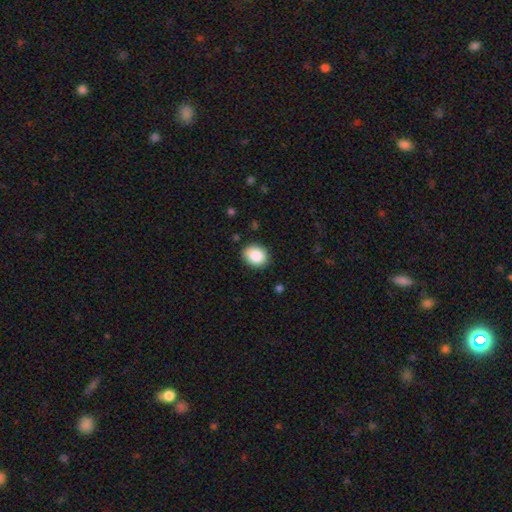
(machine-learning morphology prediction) A smooth galaxy with no disk features (88%) that is in between round and cigar-shaped (52%).

Vote fractions:
- Smooth or featured? smooth: 88% / star or artifact: 8% / featured or disk: 4%
- How rounded? in between: 52% / round: 47% / cigar-shaped: 1%
- Merging? none: 87% / minor disturbance: 9% / major disturbance: 2% / merger: 1%